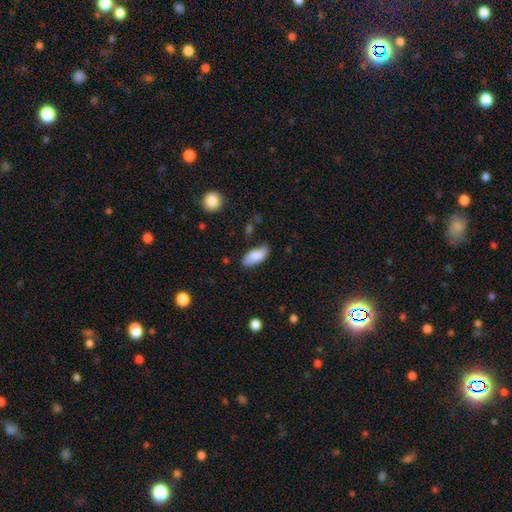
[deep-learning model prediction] Overall: smooth (84%). How rounded: in between (89%). Merging: none (76%).